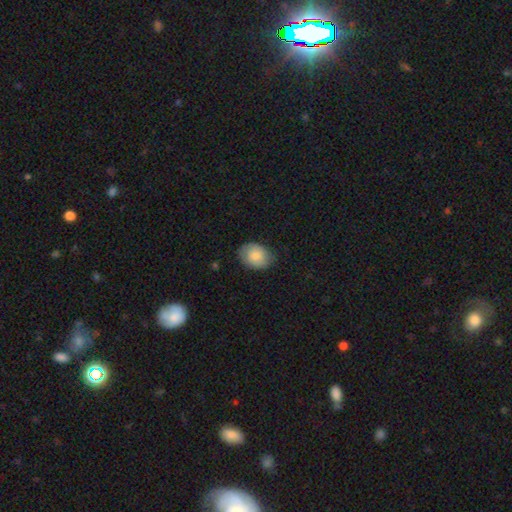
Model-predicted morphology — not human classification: type=smooth (82%); roundness=in between (66%); merging=none (77%).